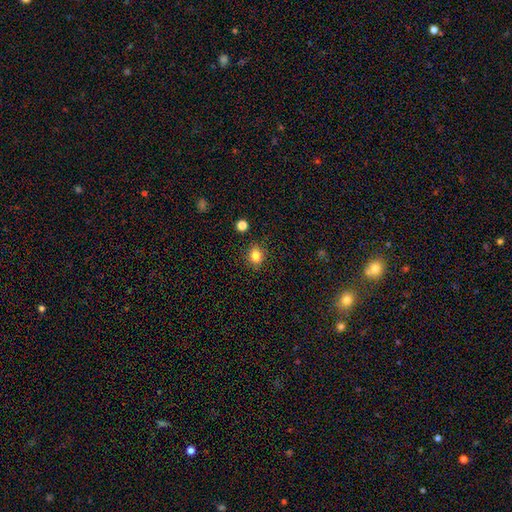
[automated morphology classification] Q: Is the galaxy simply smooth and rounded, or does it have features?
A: smooth — 83%.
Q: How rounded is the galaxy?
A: round — 61%.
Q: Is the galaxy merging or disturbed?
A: none — 86%.